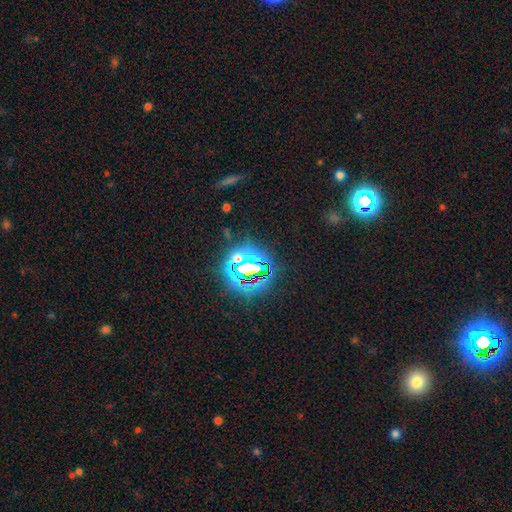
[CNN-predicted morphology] smooth-or-featured: star or artifact: 82% | smooth: 11% | featured or disk: 7%